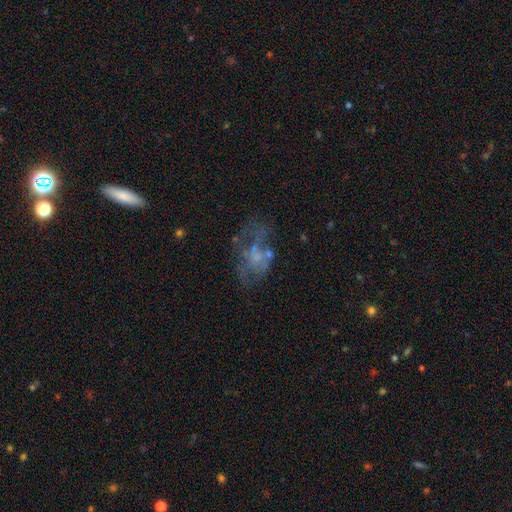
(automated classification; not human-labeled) Smooth or featured: featured or disk — 58% (smooth — 25%)
Edge-on disk: no — 97% (yes — 3%)
Bar: no — 85% (weak — 13%)
Spiral arms: no — 77% (yes — 23%)
Bulge size: none — 53% (small — 26%)
Merging: none — 42% (major disturbance — 30%)